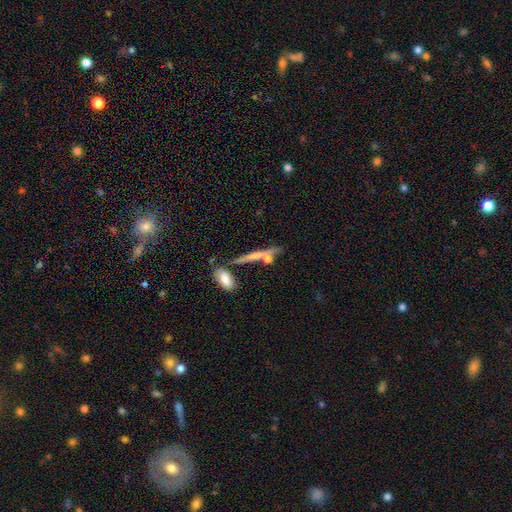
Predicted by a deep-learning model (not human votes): smooth-or-featured: featured or disk: 45% (tied) | smooth: 45% (tied) | star or artifact: 9%
  merging: none: 67% | merger: 15% | minor disturbance: 14% | major disturbance: 5%